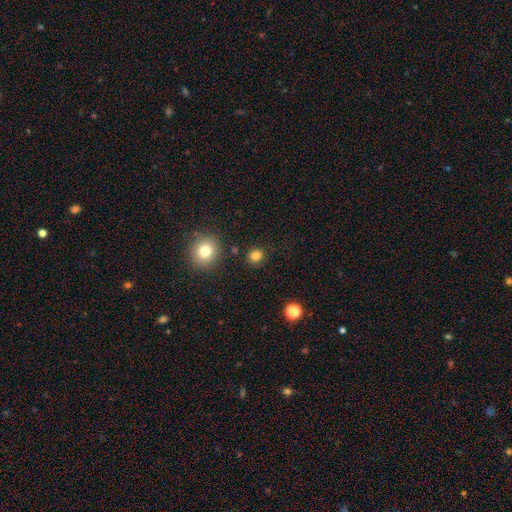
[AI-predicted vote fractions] Smooth or featured: smooth — 83% (star or artifact — 13%)
How rounded: round — 84% (in between — 15%)
Merging: none — 87% (minor disturbance — 7%)